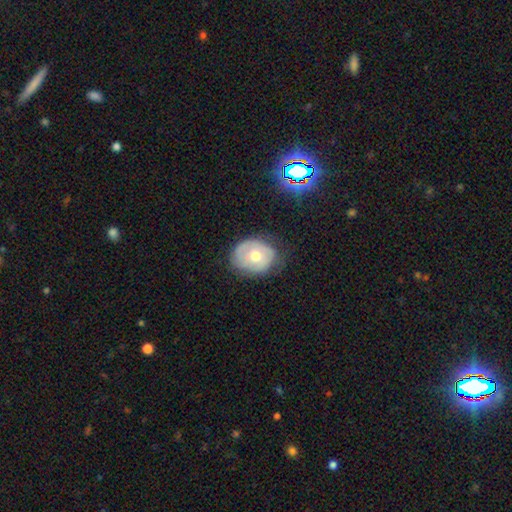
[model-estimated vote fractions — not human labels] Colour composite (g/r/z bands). It shows a featured or disk galaxy (46%). Merging: none (65%).